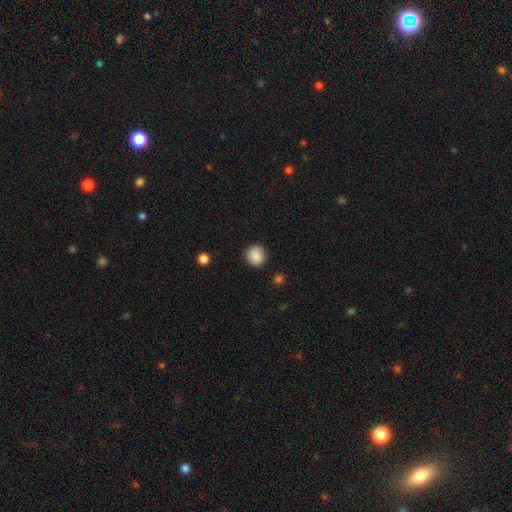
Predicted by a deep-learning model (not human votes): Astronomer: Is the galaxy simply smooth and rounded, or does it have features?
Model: smooth — 87%.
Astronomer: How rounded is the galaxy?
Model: round — 91%.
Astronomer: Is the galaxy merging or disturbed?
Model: none — 89%.